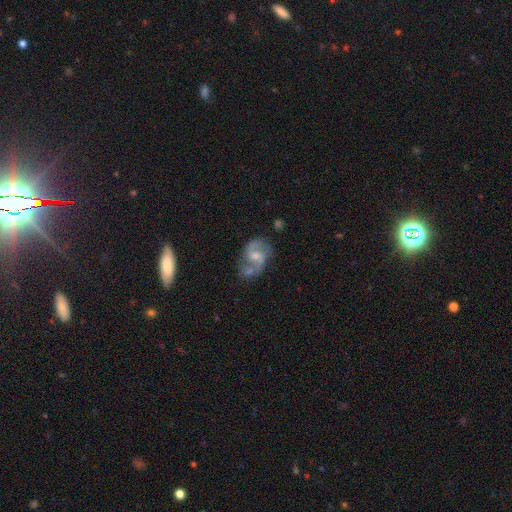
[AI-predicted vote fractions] Smooth or featured?
  - featured or disk: 83% *
  - smooth: 11%
  - star or artifact: 6%
Edge-on disk?
  - no: 98% *
  - yes: 2%
Bar?
  - weak: 49% *
  - no: 40%
  - strong: 11%
Spiral arms?
  - yes: 95% *
  - no: 5%
Spiral winding?
  - medium: 51% *
  - loose: 39%
  - tight: 10%
Spiral arm count?
  - 2: 91% *
  - can't tell: 3%
  - 1: 2%
  - 3: 2%
  - 4: 1%
  - more than 4: 1%
Bulge size?
  - moderate: 45% *
  - small: 43%
  - none: 7%
  - large: 3%
  - dominant: 1%
Merging?
  - none: 55% *
  - minor disturbance: 19%
  - merger: 16%
  - major disturbance: 10%